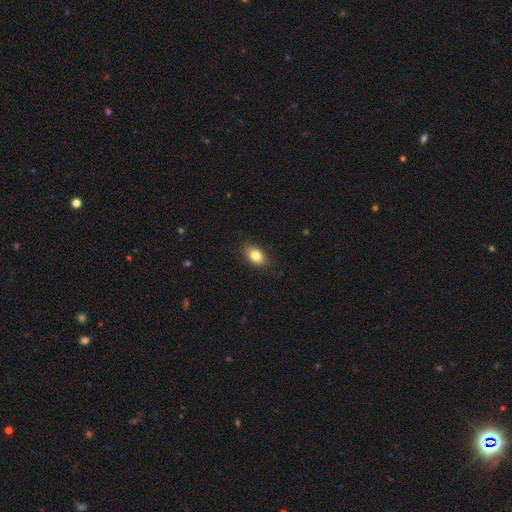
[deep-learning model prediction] smooth-or-featured: smooth: 84% | star or artifact: 8% | featured or disk: 8%
  how-rounded: in between: 85% | round: 13% | cigar-shaped: 2%
  merging: none: 86% | minor disturbance: 11% | major disturbance: 2% | merger: 1%